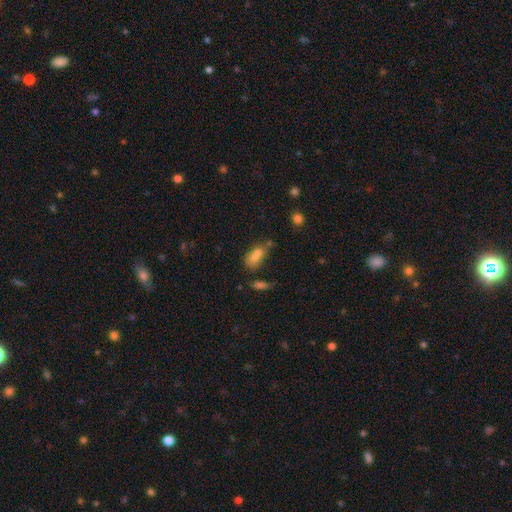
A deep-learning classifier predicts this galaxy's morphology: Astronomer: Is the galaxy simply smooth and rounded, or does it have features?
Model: smooth — 70%.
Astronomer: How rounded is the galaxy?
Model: in between — 76%.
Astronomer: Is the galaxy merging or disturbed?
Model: merger — 50% (runner-up: none, 30%).